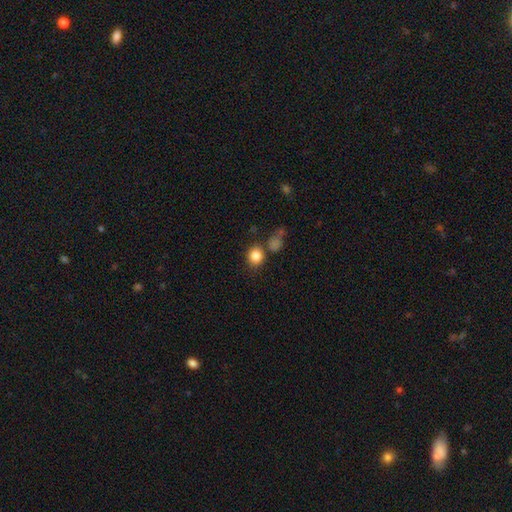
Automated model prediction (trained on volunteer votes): Q: Smooth or featured?
A: smooth (84%); runner-up: star or artifact (11%)
Q: How rounded?
A: round (78%); runner-up: in between (21%)
Q: Merging?
A: none (72%); runner-up: merger (13%)